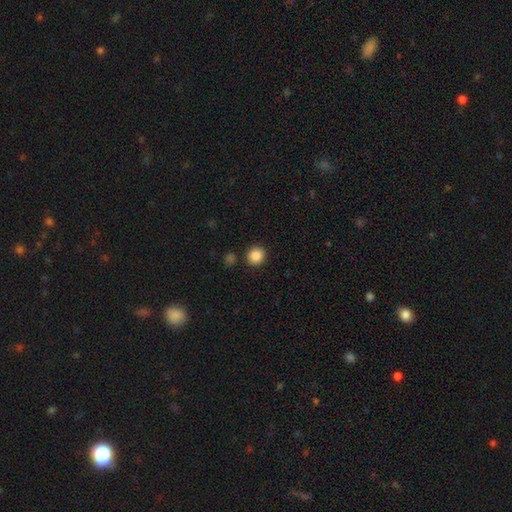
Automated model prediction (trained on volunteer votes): smooth 87%, star or artifact 9%, featured or disk 4%. Down the decision tree: how rounded — round (90%); merging — none (89%).